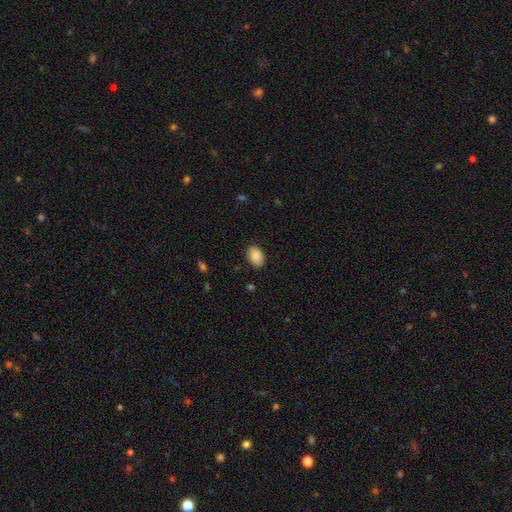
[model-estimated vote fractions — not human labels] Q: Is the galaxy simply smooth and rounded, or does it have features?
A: smooth — 88%.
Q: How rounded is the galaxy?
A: in between — 89%.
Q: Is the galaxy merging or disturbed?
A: none — 87%.